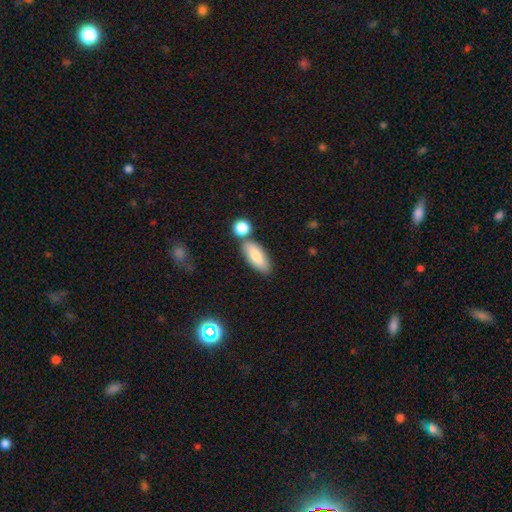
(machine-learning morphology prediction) Smooth or featured?
  - smooth: 78% *
  - featured or disk: 15%
  - star or artifact: 7%
How rounded?
  - in between: 77% *
  - cigar-shaped: 20%
  - round: 3%
Merging?
  - none: 67% *
  - merger: 17%
  - minor disturbance: 13%
  - major disturbance: 3%